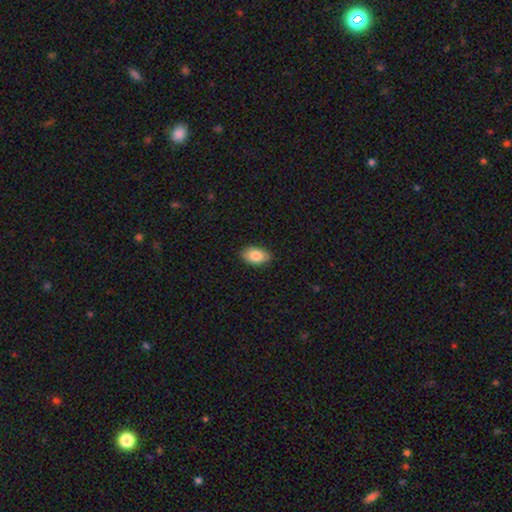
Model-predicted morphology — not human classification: Smooth or featured? Predicted: smooth (p=0.85). How rounded? Predicted: in between (p=0.92). Merging? Predicted: none (p=0.87).